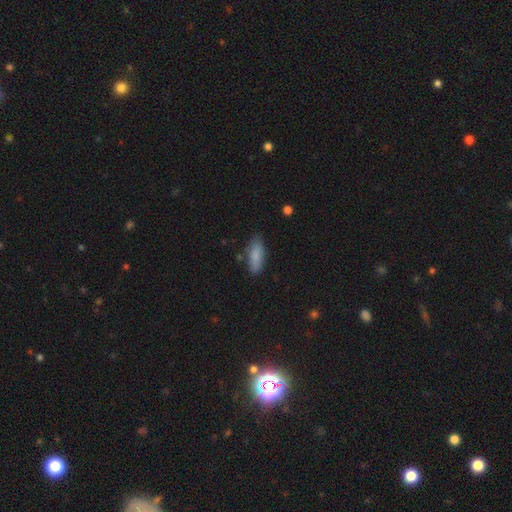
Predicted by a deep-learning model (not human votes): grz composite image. It shows a smooth galaxy with no disk features (86%) that is in between round and cigar-shaped (68%). Merging: none (78%).